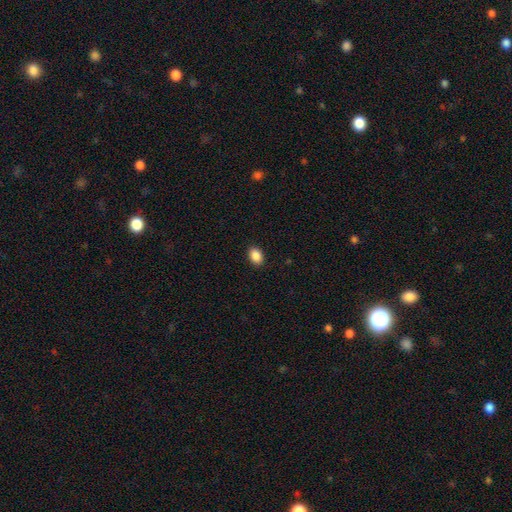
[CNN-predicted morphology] Smooth or featured?
  - smooth: 89% *
  - star or artifact: 8%
  - featured or disk: 3%
How rounded?
  - in between: 83% *
  - round: 16%
  - cigar-shaped: 1%
Merging?
  - none: 90% *
  - minor disturbance: 7%
  - major disturbance: 2%
  - merger: 1%